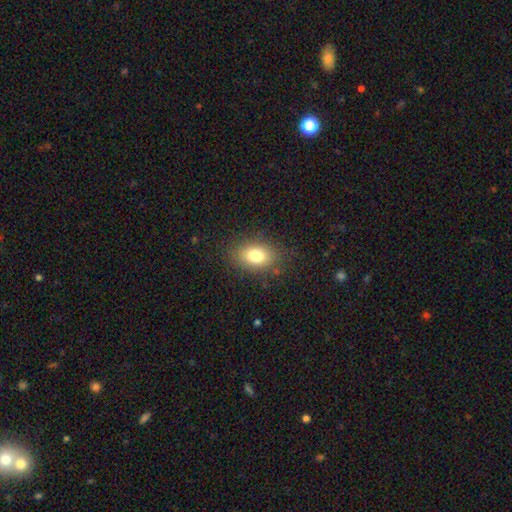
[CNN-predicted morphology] smooth-or-featured: smooth: 78% | featured or disk: 11% | star or artifact: 11%
  how-rounded: in between: 78% | round: 21% | cigar-shaped: 1%
  merging: none: 84% | minor disturbance: 11% | major disturbance: 4% | merger: 1%